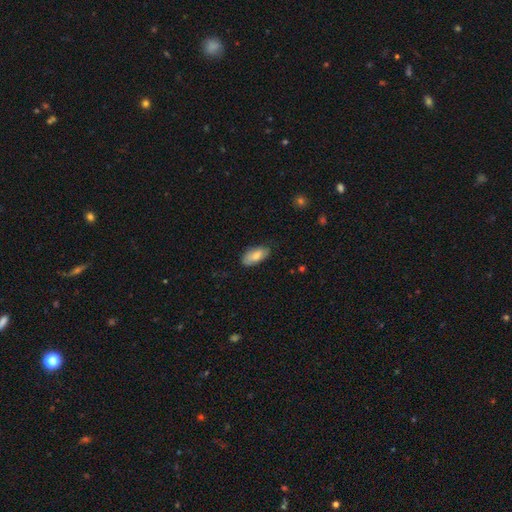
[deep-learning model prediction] Morphology: type=smooth (77%); roundness=in between (91%); merging=none (75%).